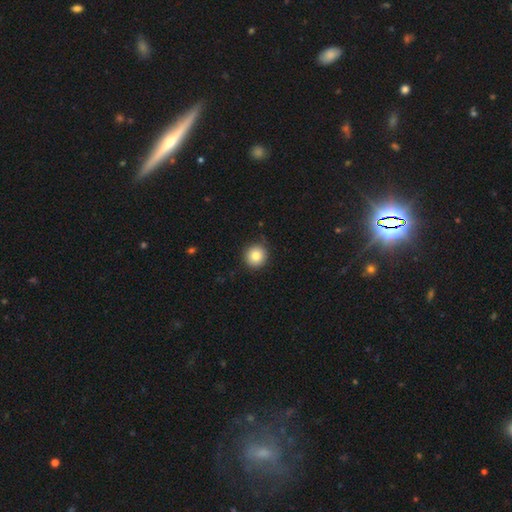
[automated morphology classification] Overall: smooth (83%). How rounded: round (93%). Merging: none (87%).